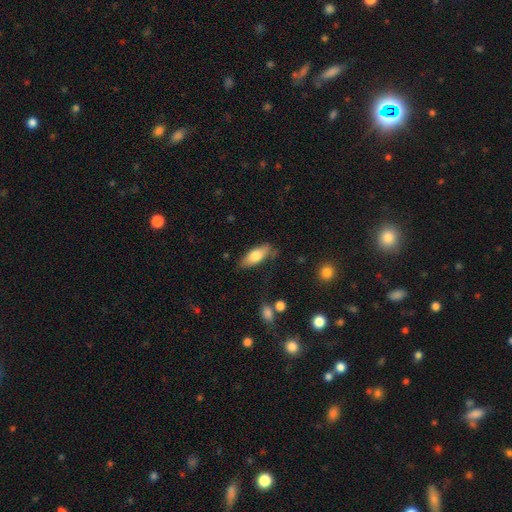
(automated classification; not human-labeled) This appears to be a smooth galaxy with no disk features (73%) that is in between round and cigar-shaped (74%). Merging: none (74%).